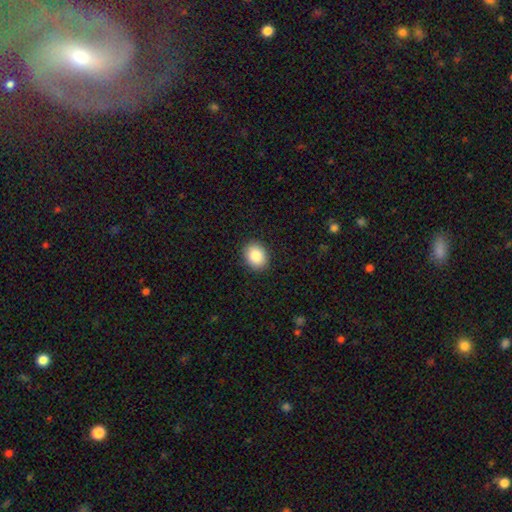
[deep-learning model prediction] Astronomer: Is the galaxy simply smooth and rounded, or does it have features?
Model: smooth — 87%.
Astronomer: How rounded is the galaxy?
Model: in between — 50% (runner-up: round, 49%).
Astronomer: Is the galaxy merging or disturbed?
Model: none — 90%.